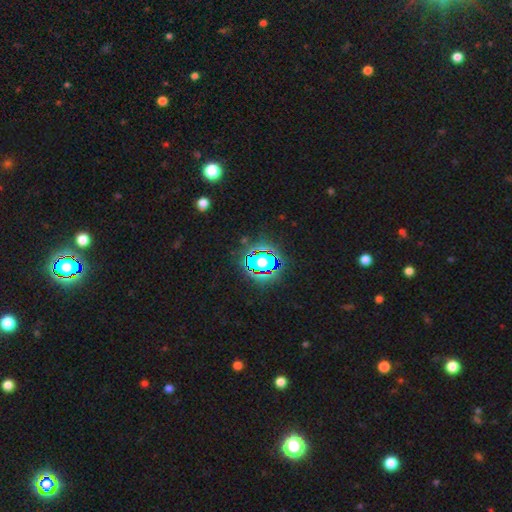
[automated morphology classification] A star or artifact, not a galaxy (82%).

Vote fractions:
- Smooth or featured? star or artifact: 82% / smooth: 11% / featured or disk: 7%